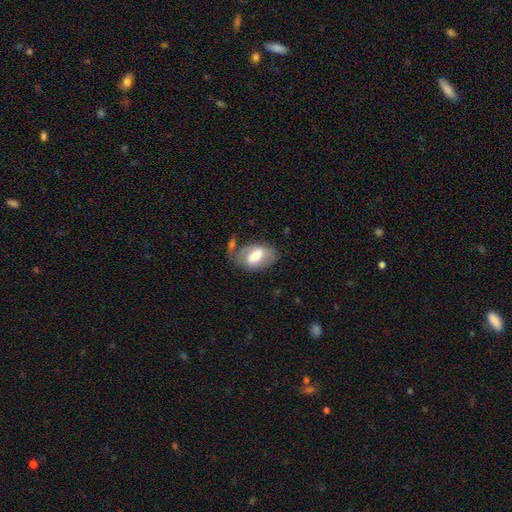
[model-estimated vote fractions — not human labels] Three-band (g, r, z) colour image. It shows a smooth galaxy with no disk features (51%) that is in between round and cigar-shaped (90%). Merging: none (52%).